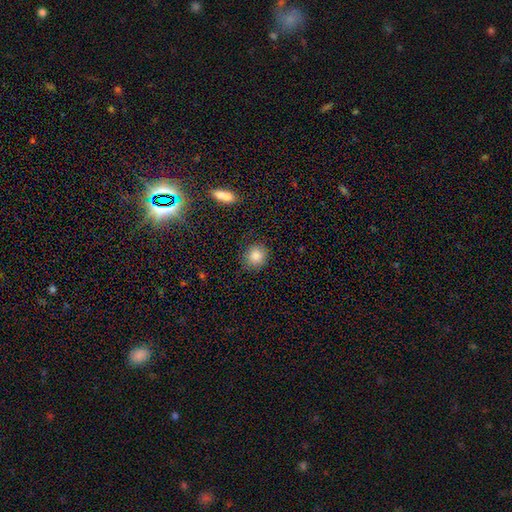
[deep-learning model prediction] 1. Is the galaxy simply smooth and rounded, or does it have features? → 86% smooth, 9% star or artifact, 5% featured or disk.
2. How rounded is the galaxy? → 83% round, 16% in between, 1% cigar-shaped.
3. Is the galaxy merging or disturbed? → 85% none, 10% minor disturbance, 3% major disturbance, 2% merger.